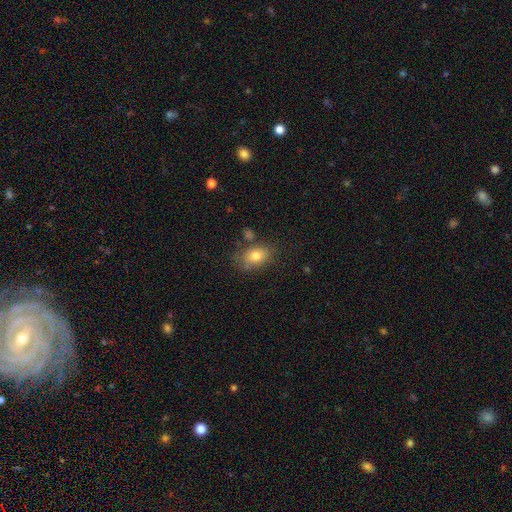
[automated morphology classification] Smooth or featured? Predicted: smooth (p=0.79). How rounded? Predicted: in between (p=0.75). Merging? Predicted: none (p=0.68).